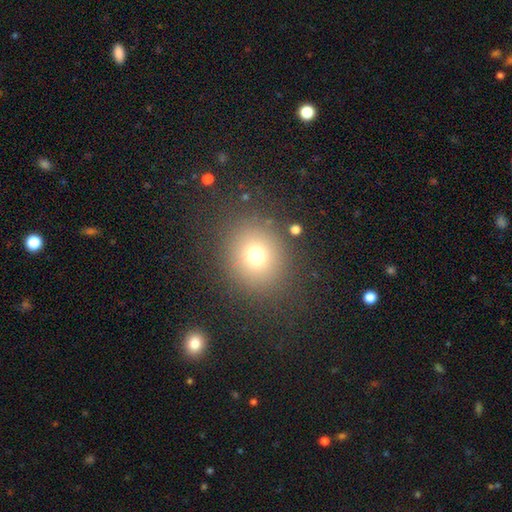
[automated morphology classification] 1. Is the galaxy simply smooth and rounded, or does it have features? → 72% smooth, 17% star or artifact, 11% featured or disk.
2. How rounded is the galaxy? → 80% round, 19% in between, 1% cigar-shaped.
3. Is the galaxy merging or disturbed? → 84% none, 8% minor disturbance, 5% major disturbance, 2% merger.